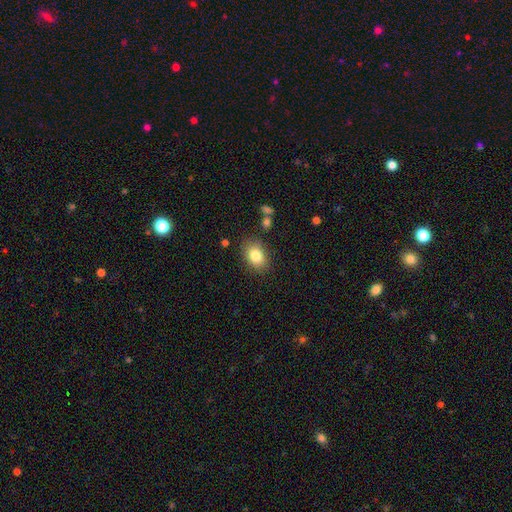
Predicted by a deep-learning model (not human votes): smooth 83%, featured or disk 9%, star or artifact 9%. Down the decision tree: how rounded — in between (77%); merging — none (82%).